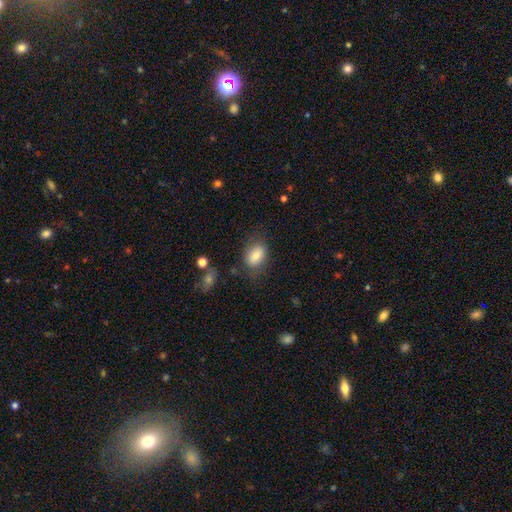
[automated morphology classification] A smooth galaxy with no disk features (80%) that is in between round and cigar-shaped (83%). Merging: none (68%).